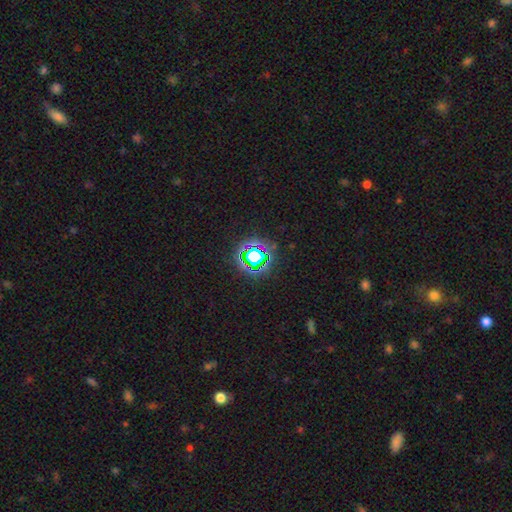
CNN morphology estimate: Smooth or featured?
  - star or artifact: 68% *
  - smooth: 20%
  - featured or disk: 12%